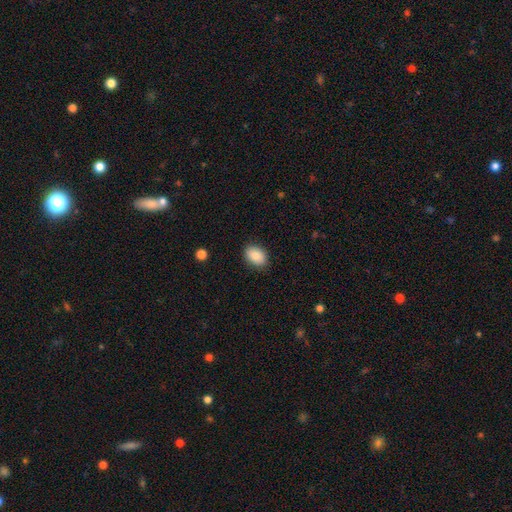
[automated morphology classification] Smooth or featured? Predicted: smooth (p=0.85). How rounded? Predicted: in between (p=0.81). Merging? Predicted: none (p=0.86).